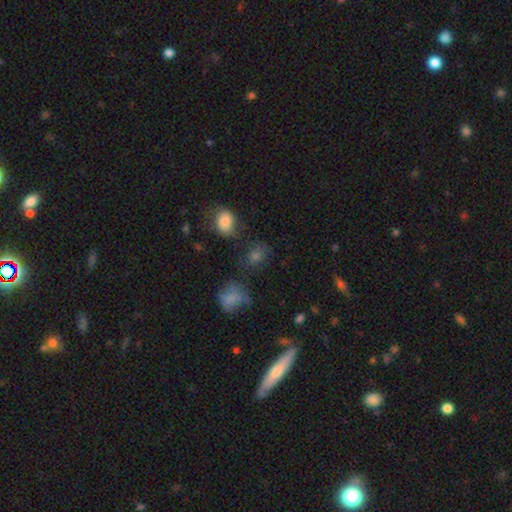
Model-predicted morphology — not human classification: smooth 68%, star or artifact 21%, featured or disk 10%. Down the decision tree: how rounded — round (51%); merging — none (67%).